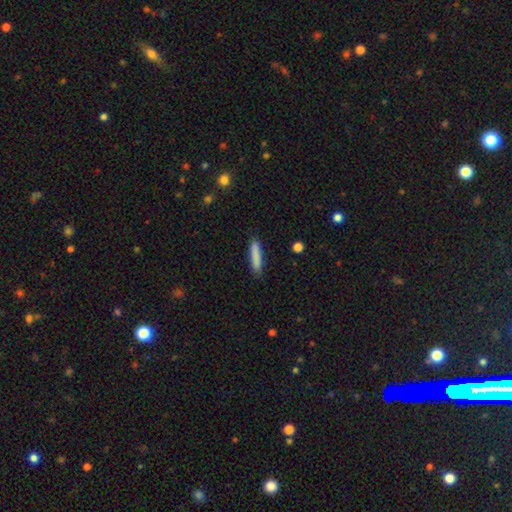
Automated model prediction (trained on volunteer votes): smooth_or_featured: smooth (p=0.85) [alt: featured or disk p=0.08]
how_rounded: cigar-shaped (p=0.85) [alt: in between p=0.14]
merging: none (p=0.86) [alt: minor disturbance p=0.11]